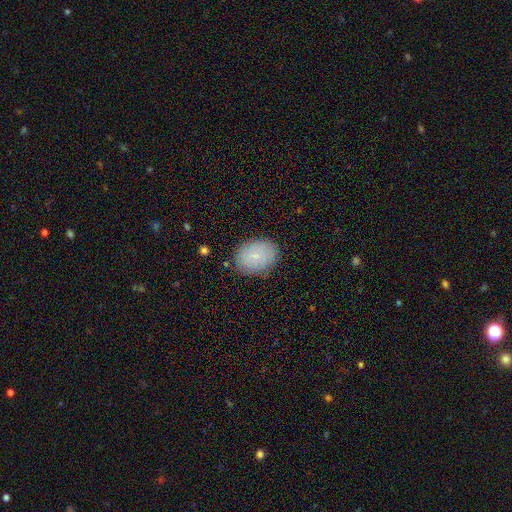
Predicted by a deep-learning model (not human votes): Smooth or featured? smooth (78%)
How rounded? in between (75%)
Merging? none (84%)